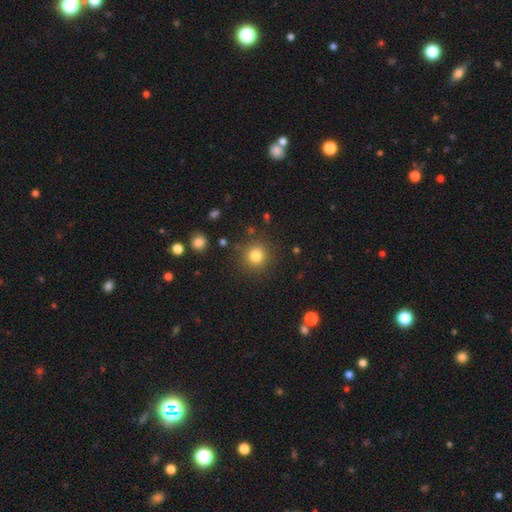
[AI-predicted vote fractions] Morphology: type=smooth (81%); roundness=round (93%); merging=none (87%).